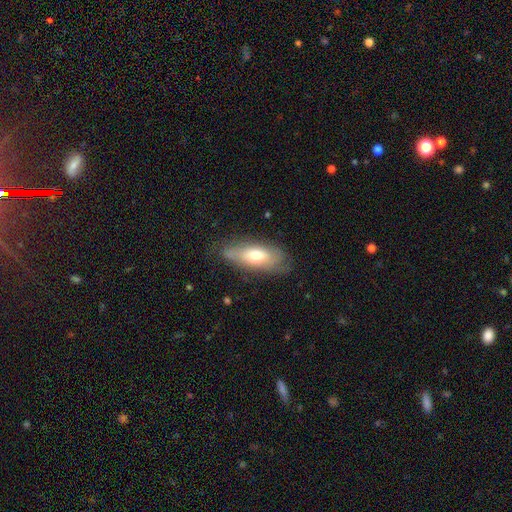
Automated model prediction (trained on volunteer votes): Q: Smooth or featured?
A: smooth (59%); runner-up: featured or disk (34%)
Q: How rounded?
A: in between (71%); runner-up: cigar-shaped (26%)
Q: Merging?
A: none (68%); runner-up: minor disturbance (23%)